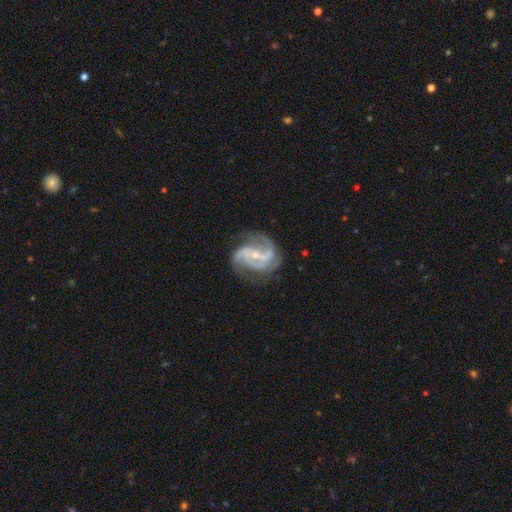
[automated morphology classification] Smooth or featured? Predicted: featured or disk (p=0.90). Edge-on disk? Predicted: no (p=0.98). Bar? Predicted: weak (p=0.43). Spiral arms? Predicted: yes (p=0.98). Spiral winding? Predicted: medium (p=0.55). Spiral arm count? Predicted: 2 (p=0.45). Bulge size? Predicted: small (p=0.66). Merging? Predicted: none (p=0.67).